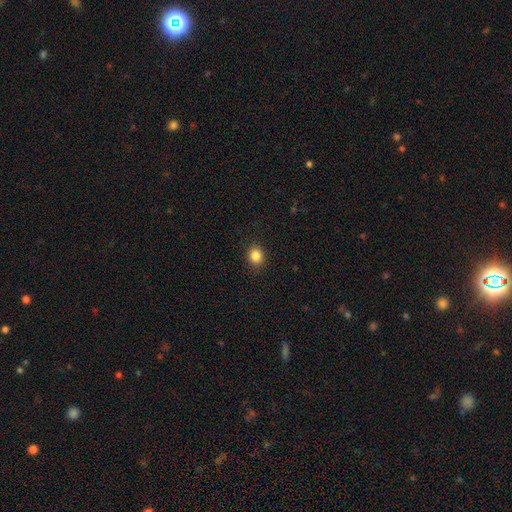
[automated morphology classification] Smooth or featured? Predicted: smooth (p=0.85). How rounded? Predicted: round (p=0.77). Merging? Predicted: none (p=0.89).